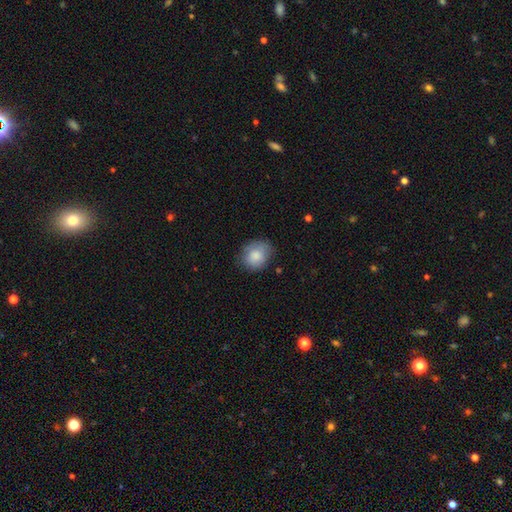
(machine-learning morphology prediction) Smooth or featured? Predicted: smooth (p=0.82). How rounded? Predicted: round (p=0.60). Merging? Predicted: none (p=0.71).